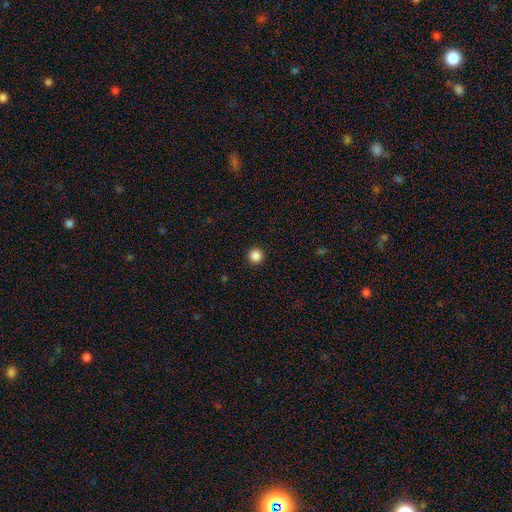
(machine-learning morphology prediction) Smooth or featured? smooth (87%)
How rounded? round (96%)
Merging? none (94%)